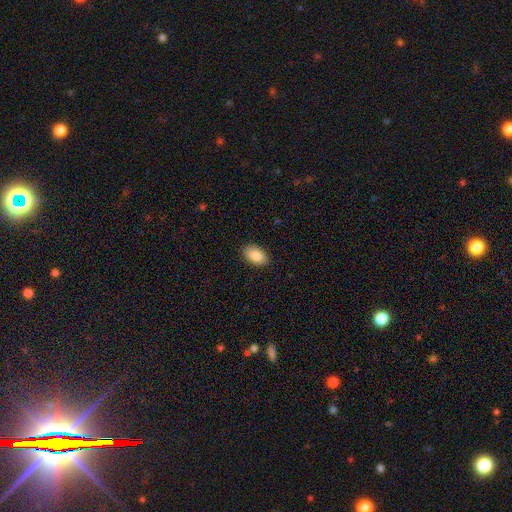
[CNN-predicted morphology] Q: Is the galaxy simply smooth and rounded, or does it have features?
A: smooth — 88%.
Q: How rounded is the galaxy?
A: in between — 94%.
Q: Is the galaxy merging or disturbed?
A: none — 88%.